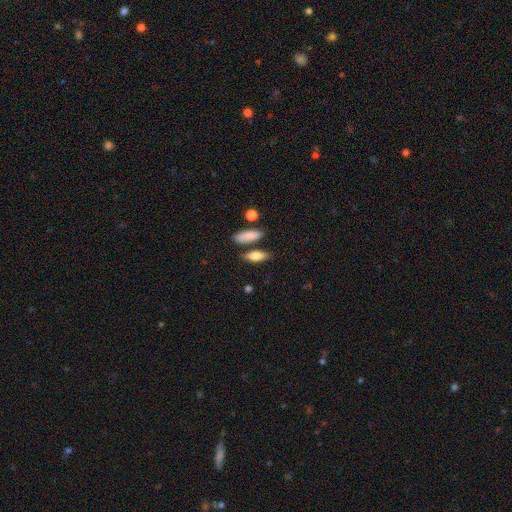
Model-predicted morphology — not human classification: This appears to be a smooth galaxy with no disk features (80%) that is in between round and cigar-shaped (61%). Merging: none (72%).